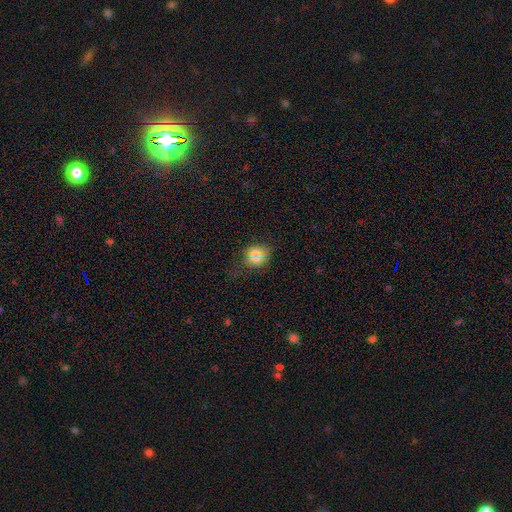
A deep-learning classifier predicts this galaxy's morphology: The model was most divided on "smooth or featured": smooth: 63%, star or artifact: 27%, featured or disk: 10%. More confident: merging — none (81%); how rounded — round (70%).